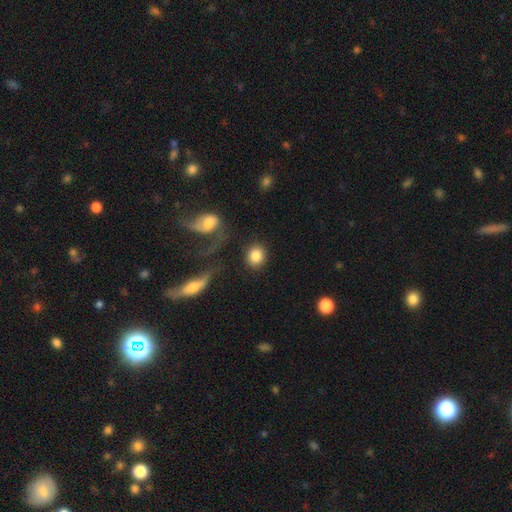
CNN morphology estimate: A smooth galaxy with no disk features (84%) that is round (80%). Merging: none (80%).